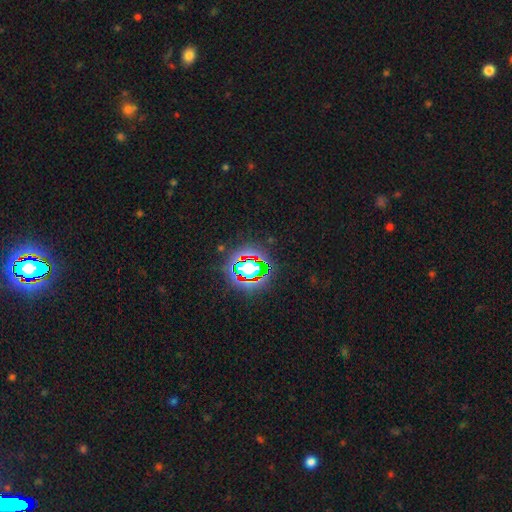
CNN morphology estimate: The model was most divided on "smooth or featured": star or artifact: 79%, smooth: 12%, featured or disk: 9%.